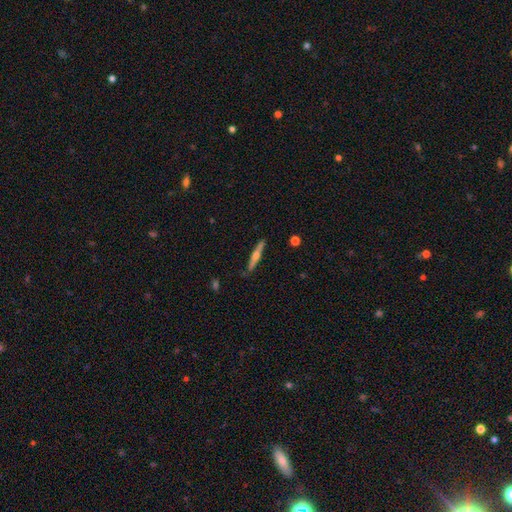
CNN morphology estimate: smooth-or-featured: featured or disk: 63% | smooth: 31% | star or artifact: 6%
  disk-edge-on: yes: 98% | no: 2%
    edge-on-bulge: rounded: 83% | boxy: 9% | none: 8%
  merging: none: 88% | minor disturbance: 9% | major disturbance: 2% | merger: 2%